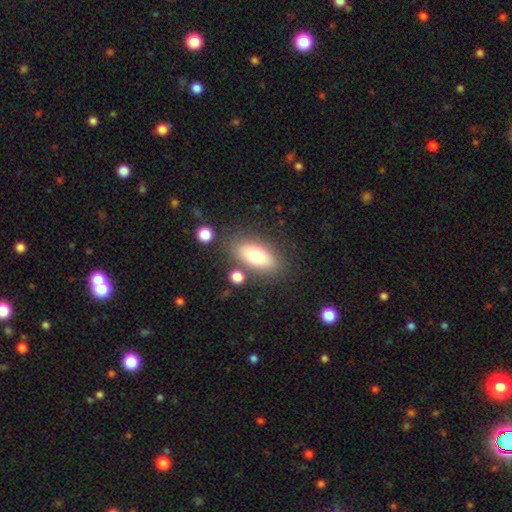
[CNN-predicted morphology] smooth-or-featured: smooth: 74% | featured or disk: 18% | star or artifact: 8%
  how-rounded: in between: 83% | cigar-shaped: 13% | round: 4%
  merging: none: 78% | minor disturbance: 12% | merger: 6% | major disturbance: 4%